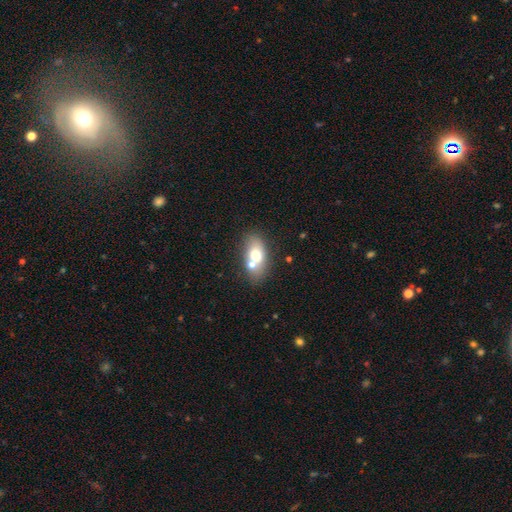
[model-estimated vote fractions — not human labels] Q: Smooth or featured?
A: smooth (65%); runner-up: featured or disk (26%)
Q: How rounded?
A: in between (84%); runner-up: round (12%)
Q: Merging?
A: none (48%); runner-up: merger (36%)